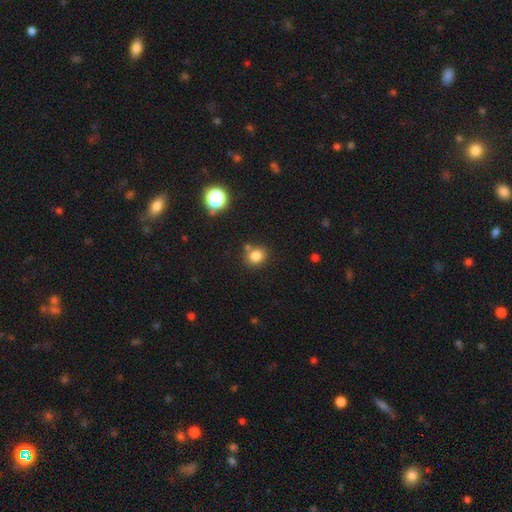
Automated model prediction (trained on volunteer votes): Smooth or featured: smooth — 81% (star or artifact — 13%)
How rounded: round — 71% (in between — 28%)
Merging: none — 74% (merger — 12%)